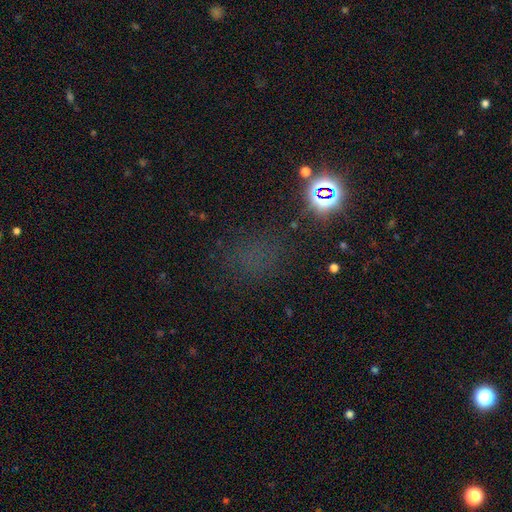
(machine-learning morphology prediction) This appears to be a star or artifact, not a galaxy (52%).